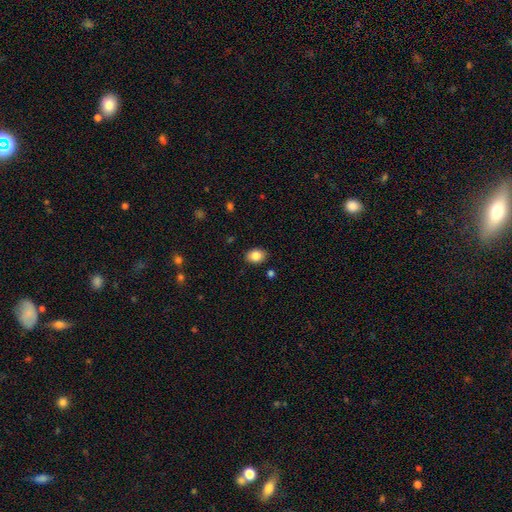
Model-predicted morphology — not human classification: Overall: smooth (84%). How rounded: in between (74%). Merging: none (87%).